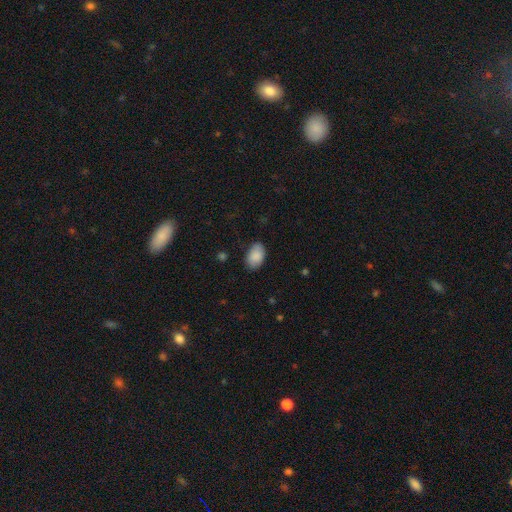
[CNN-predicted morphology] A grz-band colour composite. It shows a smooth galaxy with no disk features (87%) that is in between round and cigar-shaped (91%). Merging: none (80%).